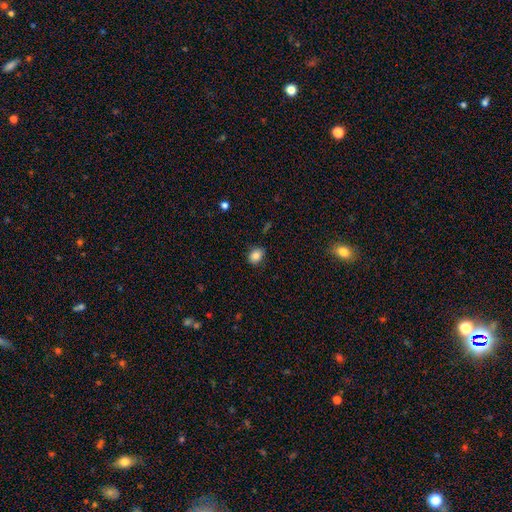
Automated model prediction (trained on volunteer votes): A smooth galaxy with no disk features (84%) that is in between round and cigar-shaped (57%).

Vote fractions:
- Smooth or featured? smooth: 84% / star or artifact: 9% / featured or disk: 6%
- How rounded? in between: 57% / round: 42% / cigar-shaped: 1%
- Merging? none: 86% / minor disturbance: 11% / major disturbance: 2% / merger: 1%